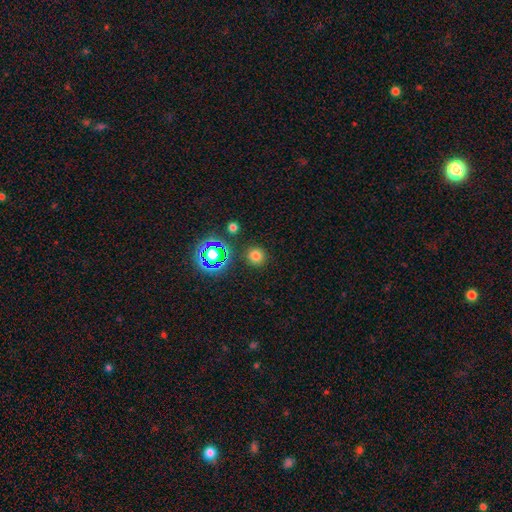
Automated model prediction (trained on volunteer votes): A smooth galaxy with no disk features (73%) that is round (92%). Merging: none (89%).